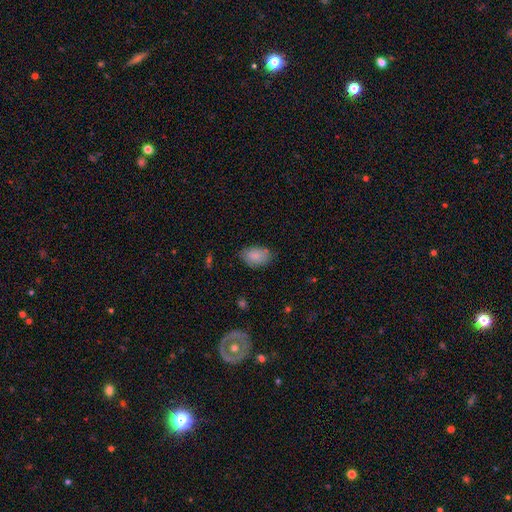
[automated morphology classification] A smooth galaxy with no disk features (85%) that is in between round and cigar-shaped (89%).

Vote fractions:
- Smooth or featured? smooth: 85% / featured or disk: 8% / star or artifact: 7%
- How rounded? in between: 89% / round: 10% / cigar-shaped: 1%
- Merging? none: 73% / minor disturbance: 21% / major disturbance: 4% / merger: 2%